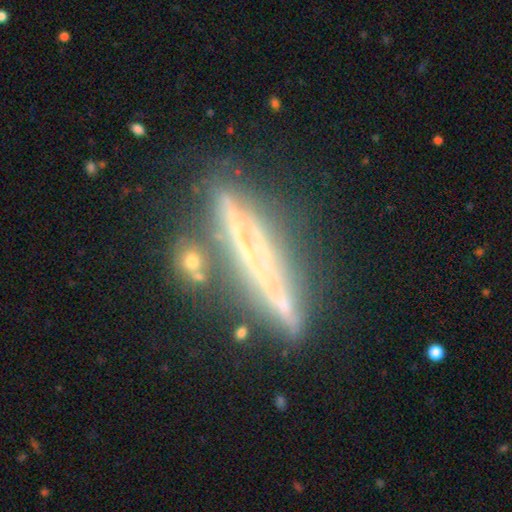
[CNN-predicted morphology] smooth-or-featured: featured or disk: 71% | smooth: 17% | star or artifact: 11%
  disk-edge-on: yes: 87% | no: 13%
    edge-on-bulge: none: 75% | rounded: 15% | boxy: 10%
  merging: none: 66% | minor disturbance: 17% | merger: 9% | major disturbance: 8%